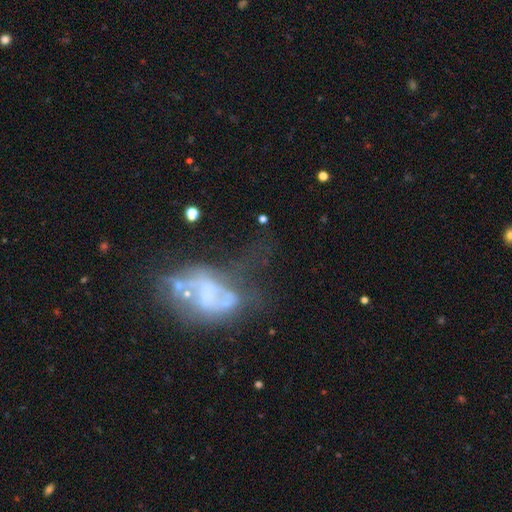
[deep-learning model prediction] smooth-or-featured: featured or disk: 58% | smooth: 22% | star or artifact: 20%
  disk-edge-on: no: 92% | yes: 8%
    bar: no: 84% | weak: 10% | strong: 6%
    has-spiral-arms: no: 86% | yes: 14%
    bulge-size: none: 66% | small: 15% | moderate: 12% | large: 5% | dominant: 2%
  merging: major disturbance: 39% | none: 24% | merger: 21% | minor disturbance: 17%